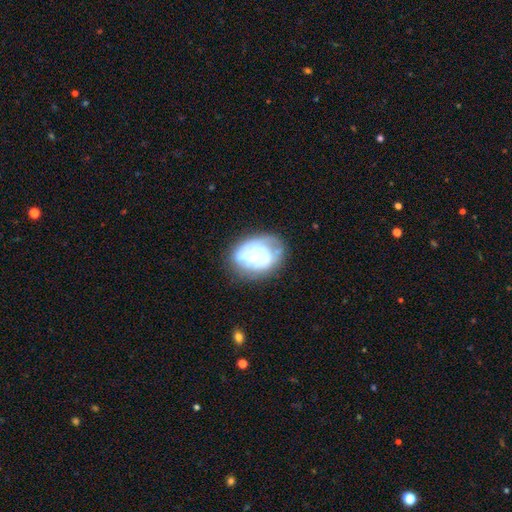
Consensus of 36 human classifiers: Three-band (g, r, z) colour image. It shows a featured or disk galaxy (61%) with no bar (52%), no spiral arms (57%) and a small central bulge (57%). Merging: major disturbance (40%).